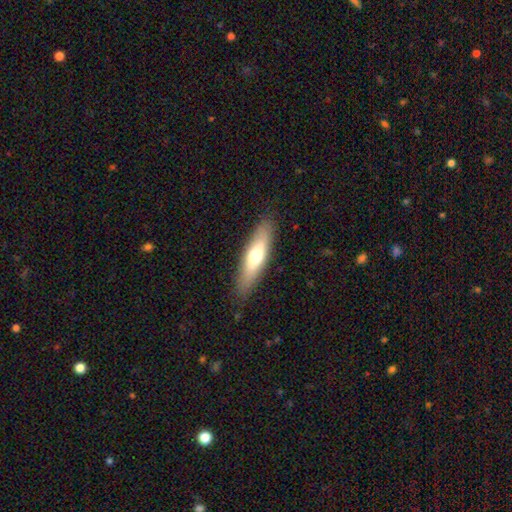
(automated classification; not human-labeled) Overall: smooth (59%; featured or disk 35%). How rounded: cigar-shaped (60%; in between 38%). Merging: none (87%).